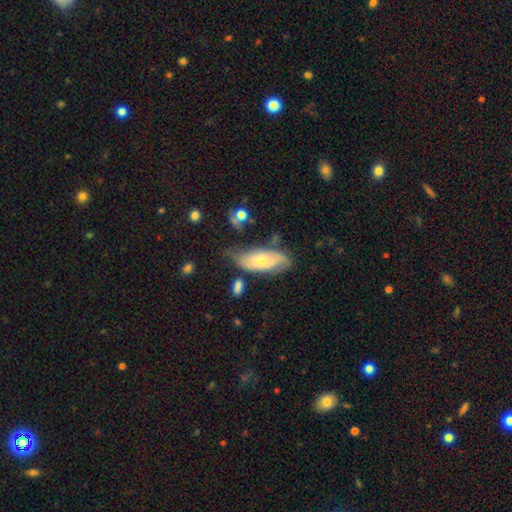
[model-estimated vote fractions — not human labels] smooth-or-featured: featured or disk: 49% | smooth: 44% | star or artifact: 7%
  merging: none: 56% | minor disturbance: 29% | major disturbance: 10% | merger: 5%